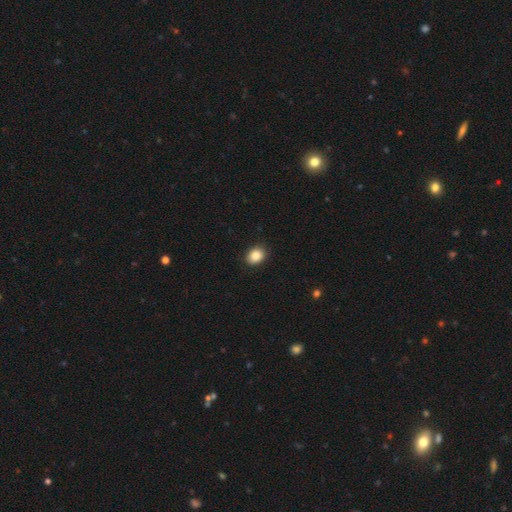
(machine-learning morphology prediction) This is clearly a smooth galaxy (87%). How rounded: possibly in between (60%). Merging: clearly none (88%).